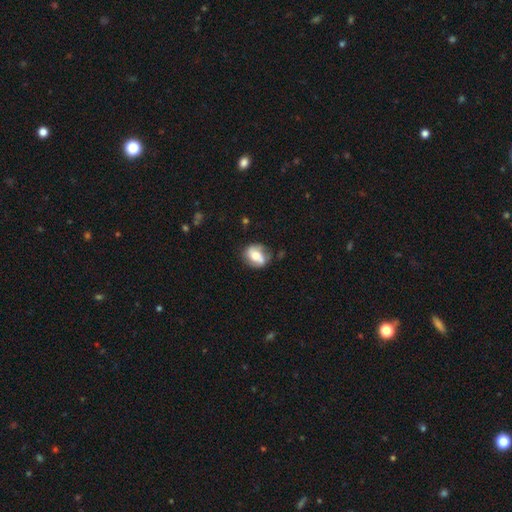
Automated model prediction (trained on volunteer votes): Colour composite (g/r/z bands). It shows a featured or disk galaxy (48%). Merging: none (64%).